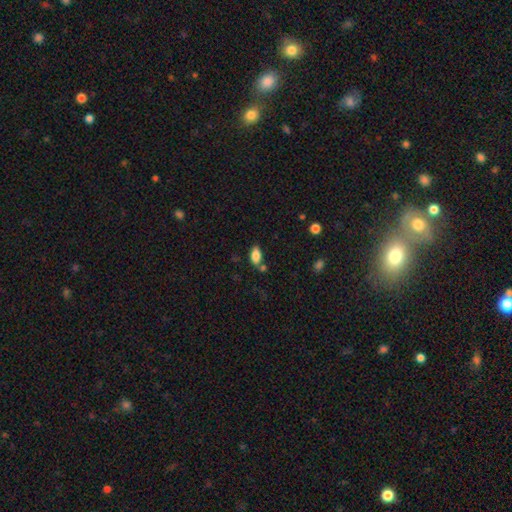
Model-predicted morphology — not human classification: Smooth or featured? Predicted: smooth (p=0.84). How rounded? Predicted: in between (p=0.92). Merging? Predicted: none (p=0.69).